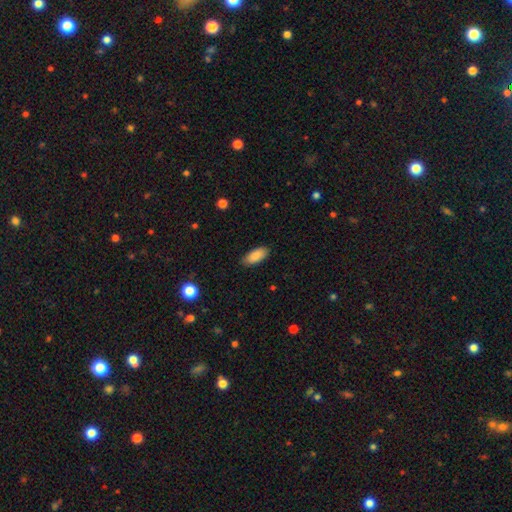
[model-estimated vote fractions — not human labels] The model was most divided on "merging": none: 86%, minor disturbance: 11%, major disturbance: 2%, merger: 1%. More confident: smooth or featured — smooth (89%); how rounded — in between (88%).